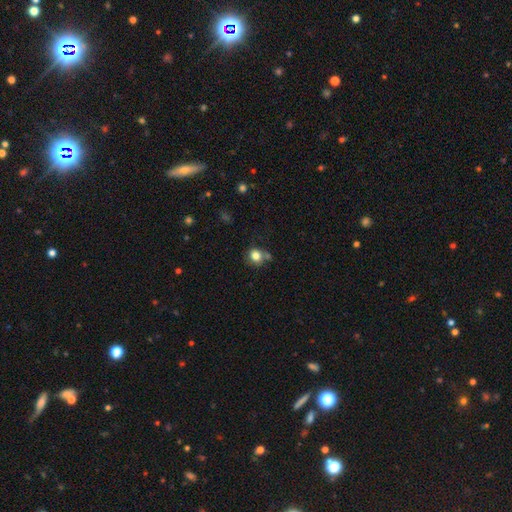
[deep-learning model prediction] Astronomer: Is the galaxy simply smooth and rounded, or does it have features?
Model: smooth — 81%.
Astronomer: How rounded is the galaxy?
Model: round — 79%.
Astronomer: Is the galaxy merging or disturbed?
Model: none — 61%.